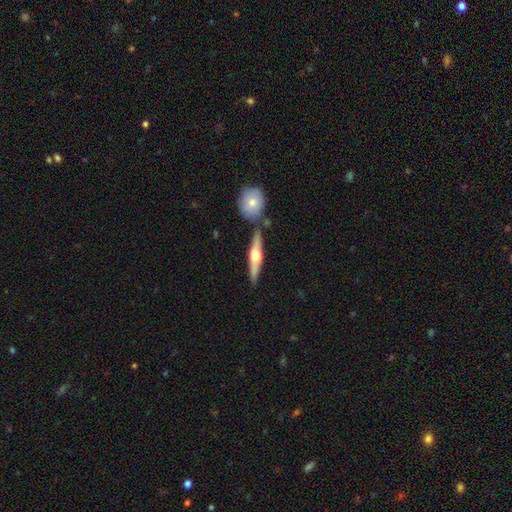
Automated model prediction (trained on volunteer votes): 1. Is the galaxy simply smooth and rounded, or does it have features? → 58% featured or disk, 37% smooth, 5% star or artifact.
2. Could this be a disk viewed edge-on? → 93% yes, 7% no.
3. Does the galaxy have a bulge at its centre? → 93% rounded, 4% boxy, 3% none.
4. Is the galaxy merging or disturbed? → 76% none, 11% minor disturbance, 10% merger, 3% major disturbance.